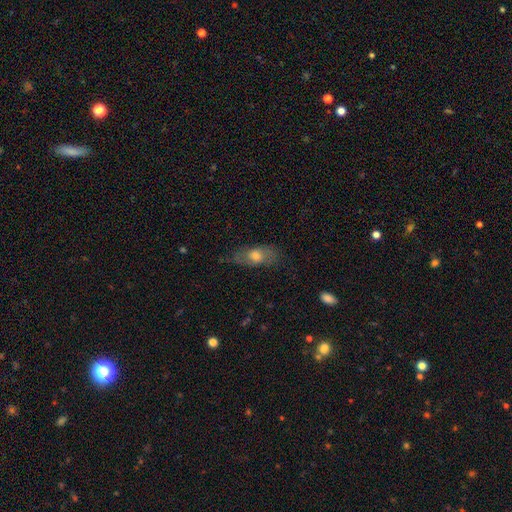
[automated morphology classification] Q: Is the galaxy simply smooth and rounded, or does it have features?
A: smooth — 50%.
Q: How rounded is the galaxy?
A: in between — 74%.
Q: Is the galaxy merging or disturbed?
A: none — 72%.